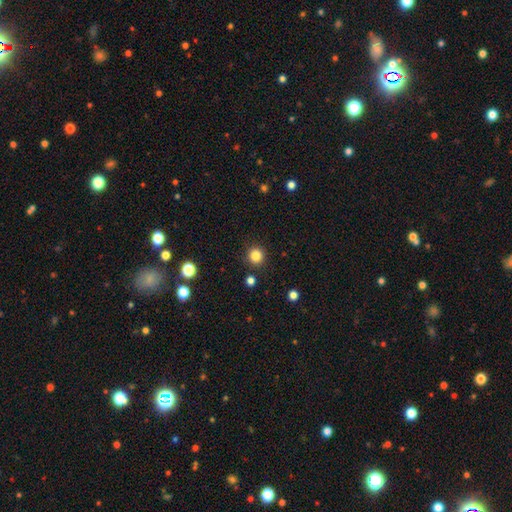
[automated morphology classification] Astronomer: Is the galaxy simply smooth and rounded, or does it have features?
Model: smooth — 83%.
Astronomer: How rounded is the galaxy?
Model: round — 94%.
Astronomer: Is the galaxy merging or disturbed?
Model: none — 90%.